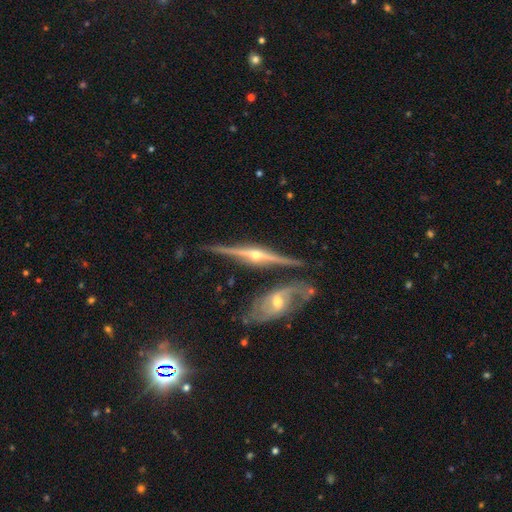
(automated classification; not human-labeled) Smooth or featured? Predicted: featured or disk (p=0.88). Edge-on disk? Predicted: yes (p=0.96). Edge-on bulge? Predicted: rounded (p=0.93). Merging? Predicted: none (p=0.74).